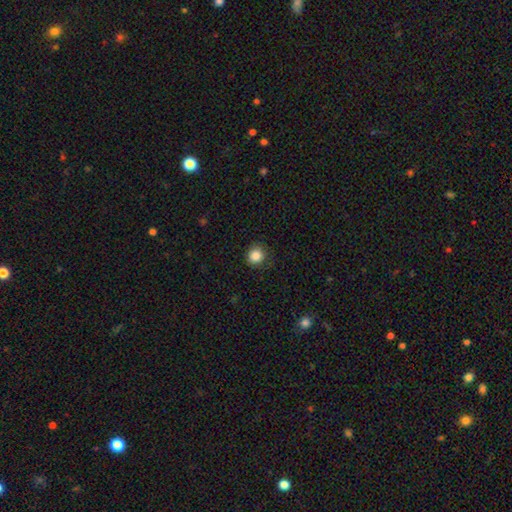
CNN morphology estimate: smooth-or-featured: smooth: 85% | star or artifact: 10% | featured or disk: 4%
  how-rounded: round: 88% | in between: 11% | cigar-shaped: 1%
  merging: none: 85% | minor disturbance: 11% | major disturbance: 3% | merger: 1%